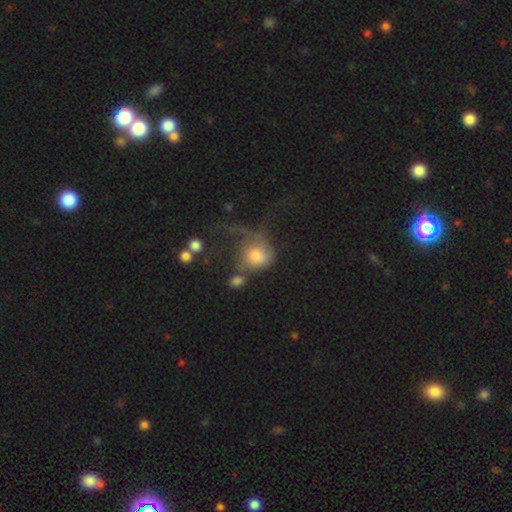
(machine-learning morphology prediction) The model was most divided on "merging": major disturbance: 47%, none: 22%, merger: 16%, minor disturbance: 15%. More confident: how rounded — round (72%); smooth or featured — smooth (64%).